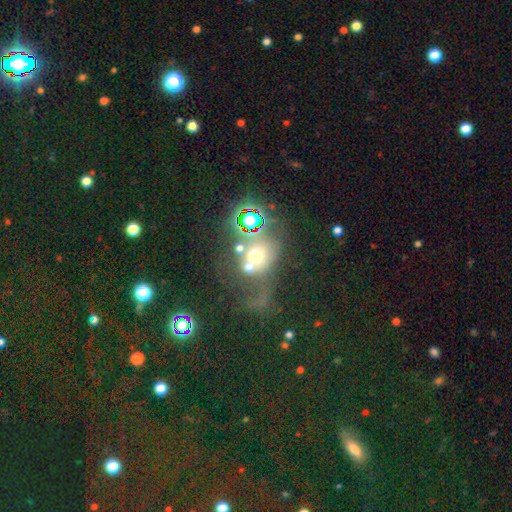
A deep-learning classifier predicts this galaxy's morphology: Smooth or featured? smooth (44%)
Merging? merger (43%)